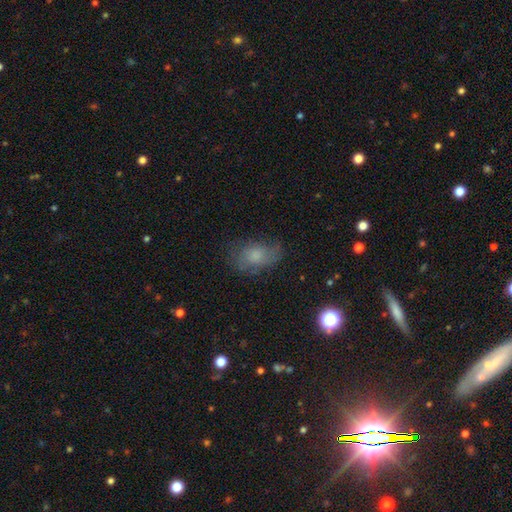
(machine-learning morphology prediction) The model was most divided on "merging": none: 61%, minor disturbance: 25%, major disturbance: 13%, merger: 2%. More confident: how rounded — in between (82%); smooth or featured — smooth (63%).